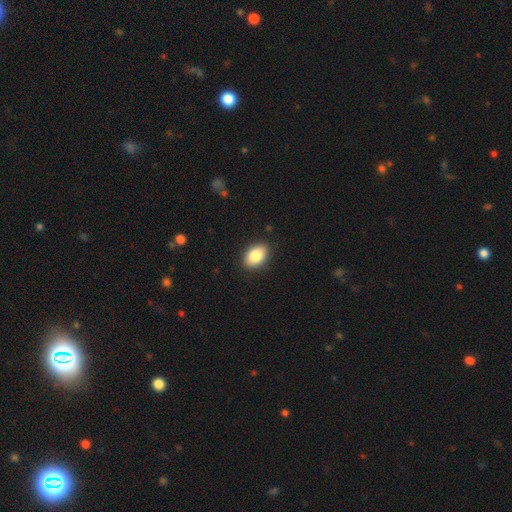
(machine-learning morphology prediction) Overall: smooth (84%). How rounded: in between (87%). Merging: none (89%).